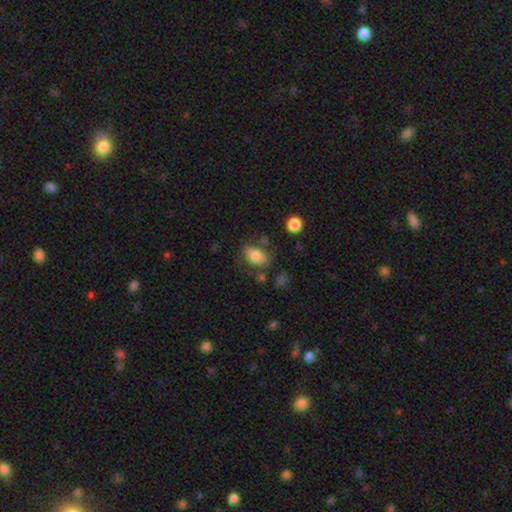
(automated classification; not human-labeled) Smooth or featured?
  - smooth: 79% *
  - featured or disk: 12%
  - star or artifact: 8%
How rounded?
  - in between: 86% *
  - round: 13%
  - cigar-shaped: 2%
Merging?
  - none: 67% *
  - minor disturbance: 18%
  - major disturbance: 8%
  - merger: 7%